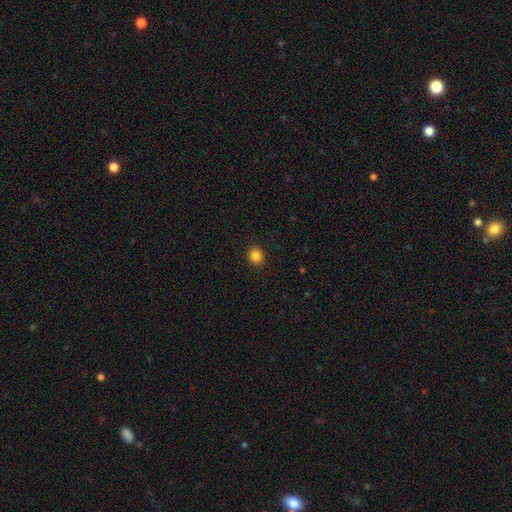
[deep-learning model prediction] Smooth or featured?
  - smooth: 85% *
  - star or artifact: 11%
  - featured or disk: 4%
How rounded?
  - round: 82% *
  - in between: 17%
  - cigar-shaped: 1%
Merging?
  - none: 91% *
  - minor disturbance: 6%
  - major disturbance: 2%
  - merger: 1%